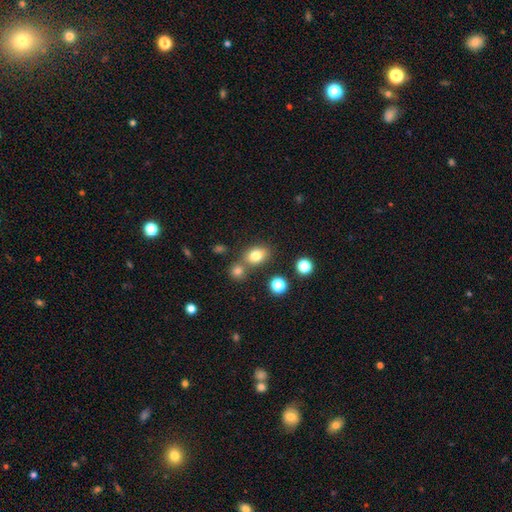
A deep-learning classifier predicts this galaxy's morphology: This appears to be a smooth galaxy with no disk features (79%) that is in between round and cigar-shaped (64%). Merging: none (64%).